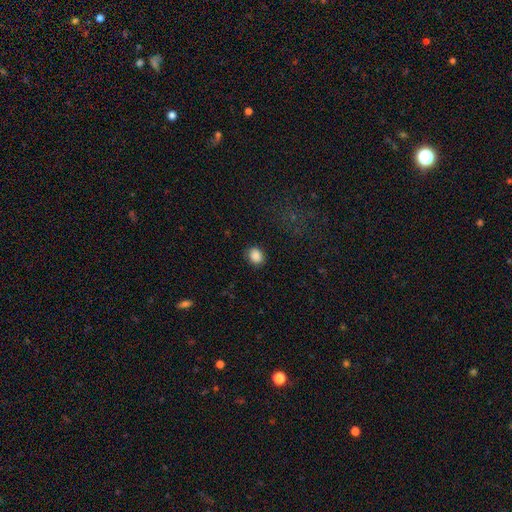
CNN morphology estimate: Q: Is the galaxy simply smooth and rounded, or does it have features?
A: smooth — 87%.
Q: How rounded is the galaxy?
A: round — 58%.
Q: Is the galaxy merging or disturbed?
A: none — 84%.